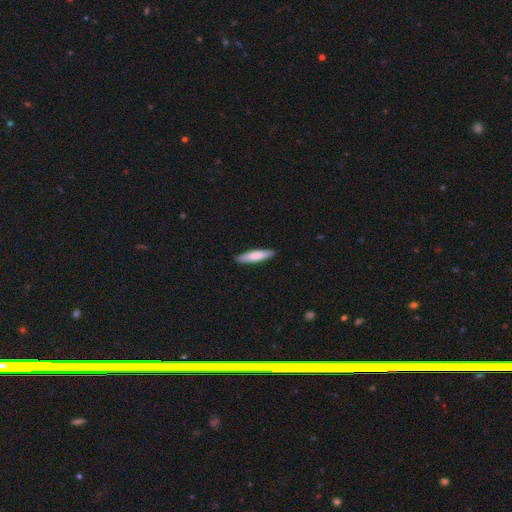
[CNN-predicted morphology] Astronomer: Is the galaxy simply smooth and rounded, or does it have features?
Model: smooth — 77%.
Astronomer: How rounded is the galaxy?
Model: cigar-shaped — 80%.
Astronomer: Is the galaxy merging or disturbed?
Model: none — 89%.